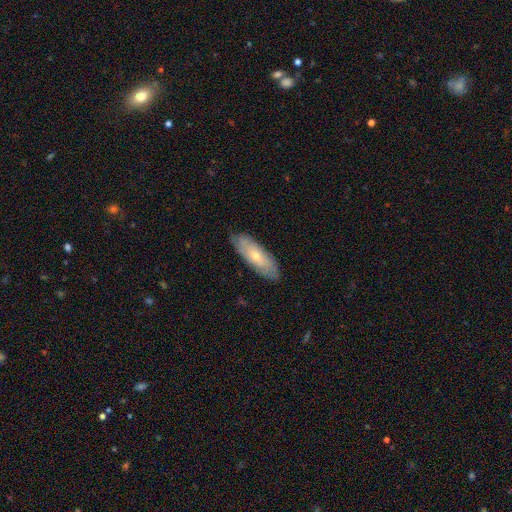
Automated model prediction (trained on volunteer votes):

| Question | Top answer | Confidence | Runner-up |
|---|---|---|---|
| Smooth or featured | featured or disk | 47% | tied: smooth (47%) |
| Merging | none | 84% | minor disturbance (13%) |